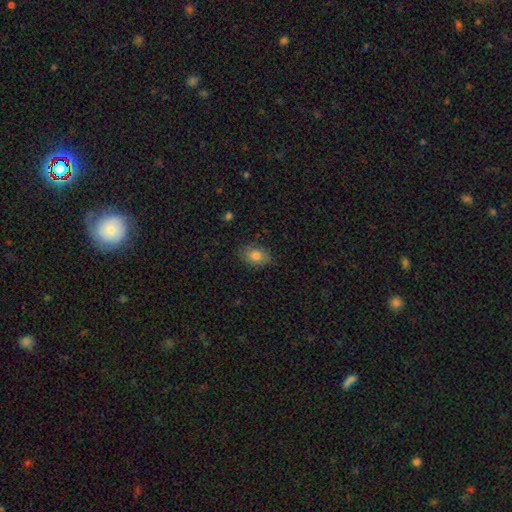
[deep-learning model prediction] Smooth or featured?
  - smooth: 82% *
  - featured or disk: 9%
  - star or artifact: 8%
How rounded?
  - in between: 79% *
  - round: 20%
  - cigar-shaped: 1%
Merging?
  - none: 81% *
  - minor disturbance: 15%
  - major disturbance: 3%
  - merger: 1%